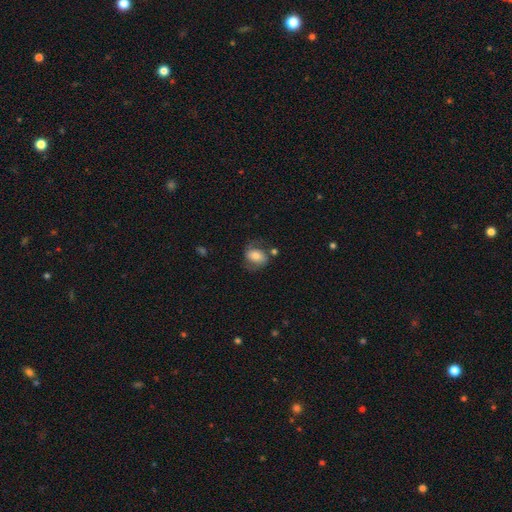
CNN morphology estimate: The model was most divided on "how rounded": in between: 57%, round: 42%, cigar-shaped: 1%. More confident: merging — none (59%); smooth or featured — smooth (54%).